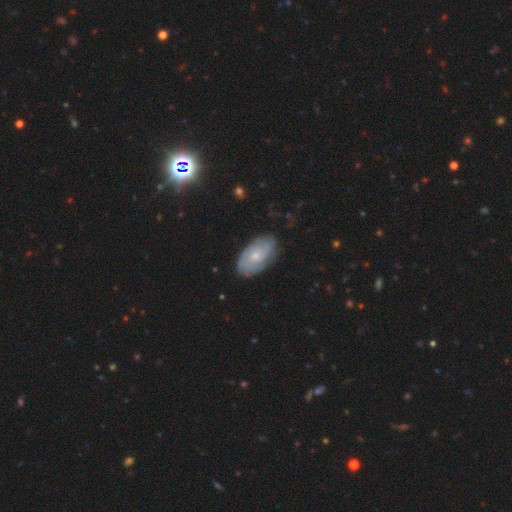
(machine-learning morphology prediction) type=featured or disk (57%); edge-on=no (93%); bar=no (81%); spiral arms=yes (77%); bulge=small (73%); merging=none (80%).